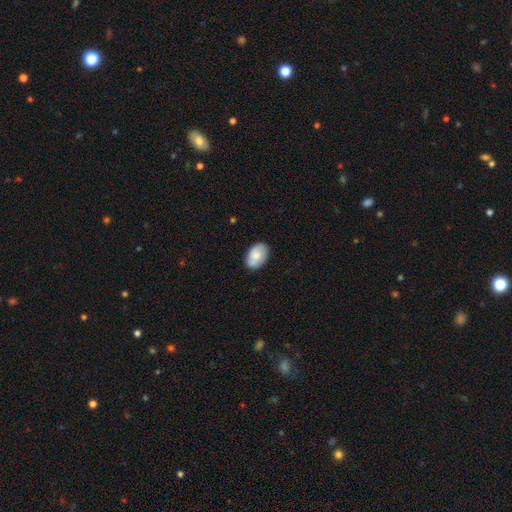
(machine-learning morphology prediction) Q: Smooth or featured?
A: smooth (75%); runner-up: featured or disk (18%)
Q: How rounded?
A: in between (89%); runner-up: round (10%)
Q: Merging?
A: none (78%); runner-up: minor disturbance (17%)